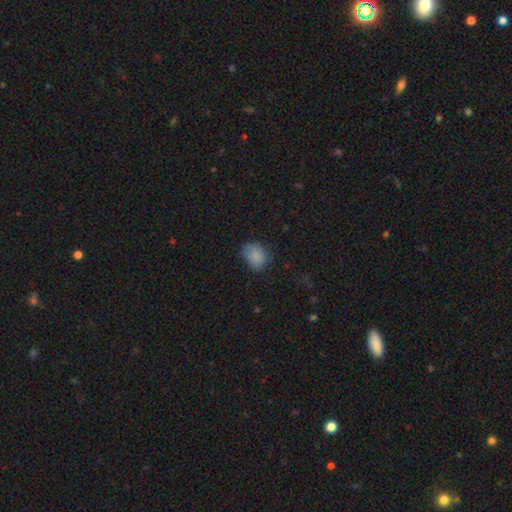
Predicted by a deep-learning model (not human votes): smooth 84%, star or artifact 10%, featured or disk 6%. Down the decision tree: how rounded — in between (58%); merging — none (67%).